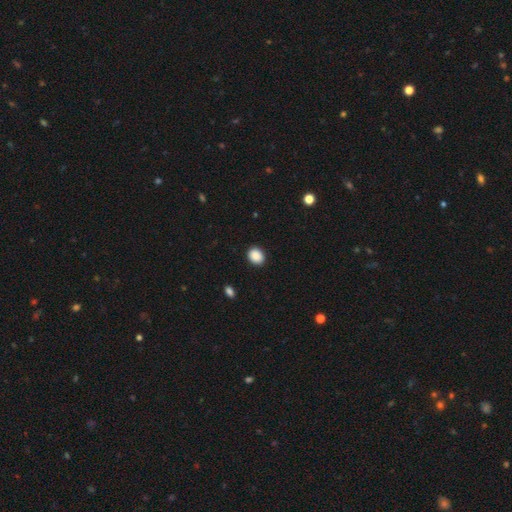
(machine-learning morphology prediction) A smooth galaxy with no disk features (90%) that is round (52%).

Vote fractions:
- Smooth or featured? smooth: 90% / star or artifact: 8% / featured or disk: 2%
- How rounded? round: 52% / in between: 47% / cigar-shaped: 1%
- Merging? none: 90% / minor disturbance: 7% / major disturbance: 2% / merger: 1%